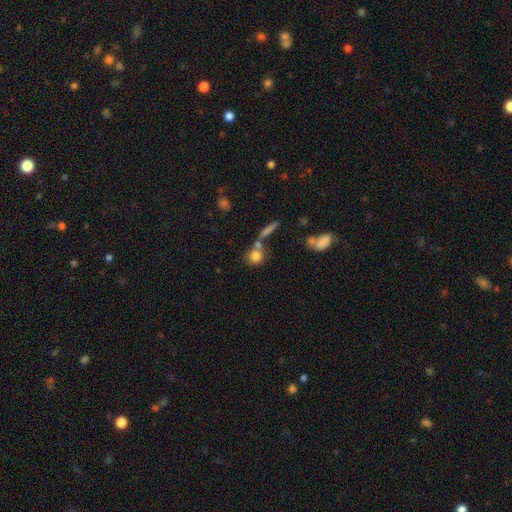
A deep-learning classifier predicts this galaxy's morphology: A smooth galaxy with no disk features (78%) that is round (77%). Merging: none (50%).